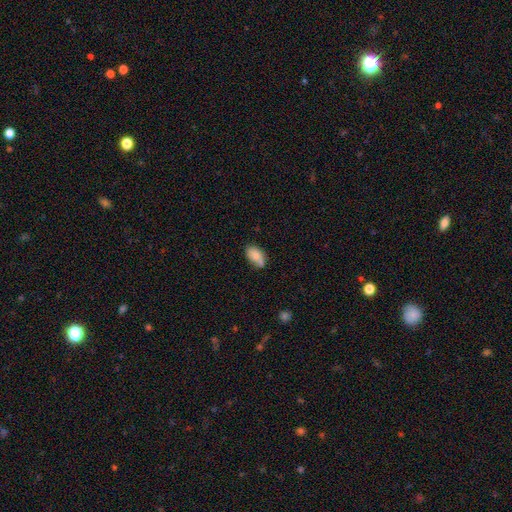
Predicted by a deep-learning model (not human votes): Smooth or featured: smooth — 80% (featured or disk — 12%)
How rounded: in between — 92% (round — 6%)
Merging: none — 52% (minor disturbance — 26%)